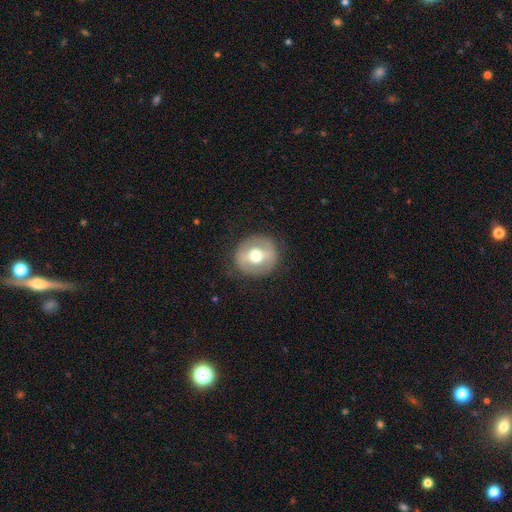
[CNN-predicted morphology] The model was most divided on "smooth or featured": featured or disk: 52%, smooth: 41%, star or artifact: 7%. More confident: edge-on disk — no (93%); merging — none (83%).